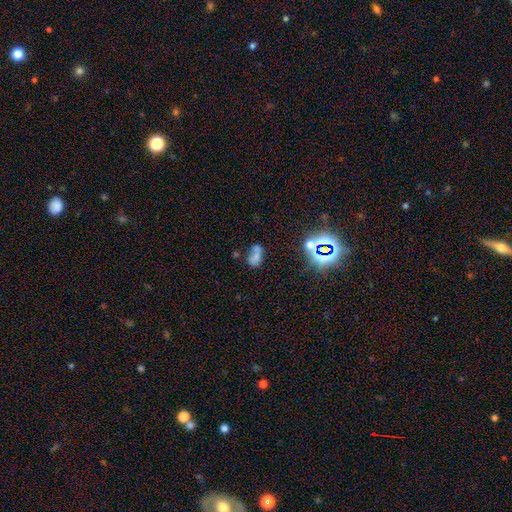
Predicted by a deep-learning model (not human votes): The model was most divided on "merging": none: 34%, merger: 27%, minor disturbance: 20%, major disturbance: 19%. More confident: how rounded — in between (82%); smooth or featured — smooth (53%).